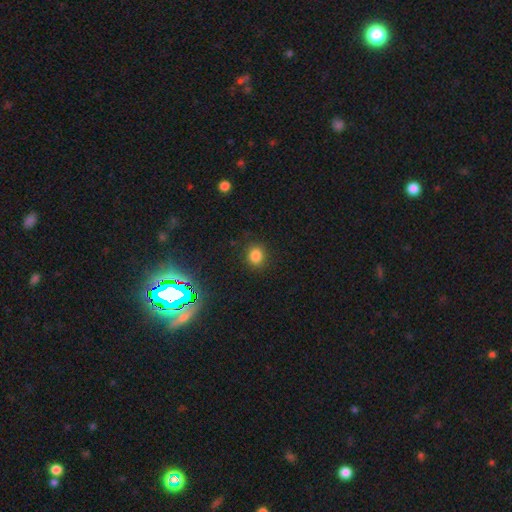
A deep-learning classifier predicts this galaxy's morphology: Smooth or featured? Predicted: smooth (p=0.81). How rounded? Predicted: round (p=0.78). Merging? Predicted: none (p=0.88).